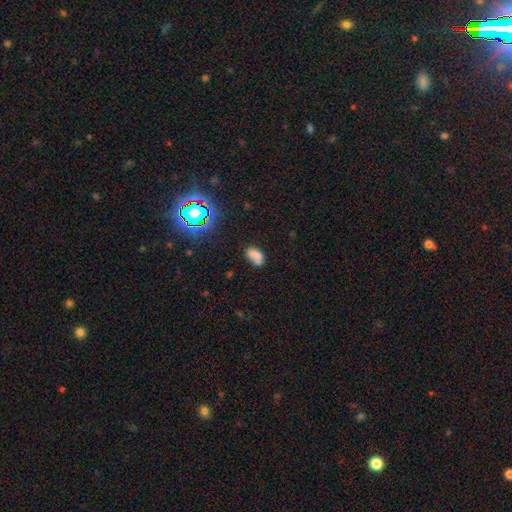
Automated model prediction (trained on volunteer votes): The model was most divided on "merging": none: 47%, minor disturbance: 24%, merger: 20%, major disturbance: 9%. More confident: how rounded — in between (87%); smooth or featured — smooth (69%).